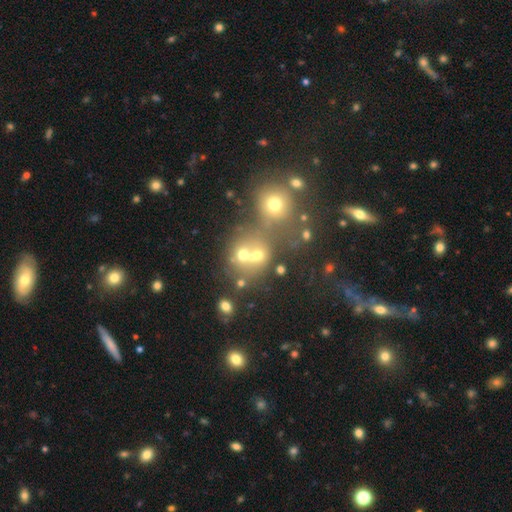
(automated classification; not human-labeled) Smooth or featured?
  - smooth: 59% *
  - star or artifact: 23%
  - featured or disk: 18%
How rounded?
  - round: 76% *
  - in between: 23%
  - cigar-shaped: 1%
Merging?
  - merger: 46% *
  - none: 39%
  - minor disturbance: 8%
  - major disturbance: 6%